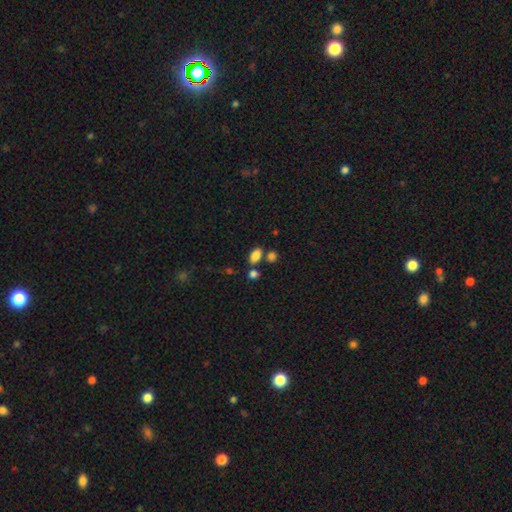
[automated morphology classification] smooth 84%, star or artifact 11%, featured or disk 6%. Down the decision tree: how rounded — in between (89%); merging — none (66%).